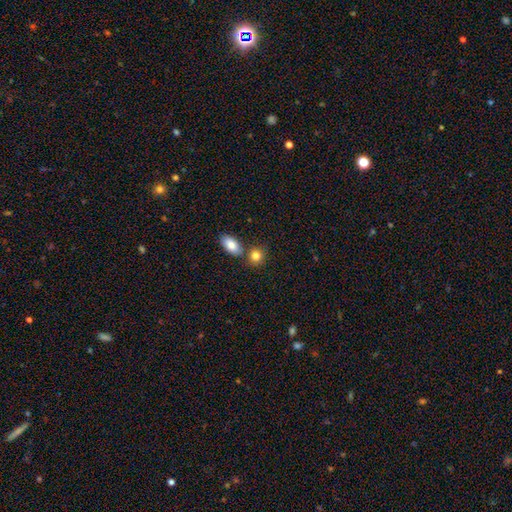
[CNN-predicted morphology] Smooth or featured? smooth (83%)
How rounded? round (58%)
Merging? none (59%)